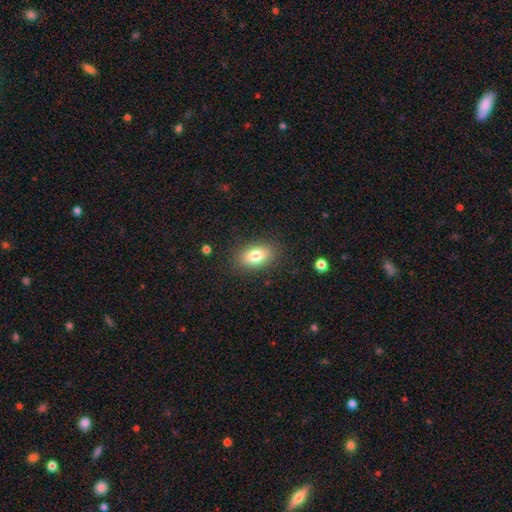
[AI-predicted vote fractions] Smooth or featured? Predicted: smooth (p=0.79). How rounded? Predicted: in between (p=0.88). Merging? Predicted: none (p=0.86).